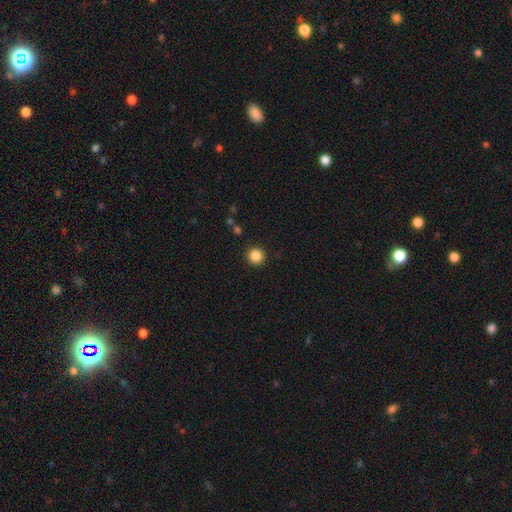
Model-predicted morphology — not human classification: smooth 86%, star or artifact 10%, featured or disk 3%. Down the decision tree: how rounded — round (95%); merging — none (92%).